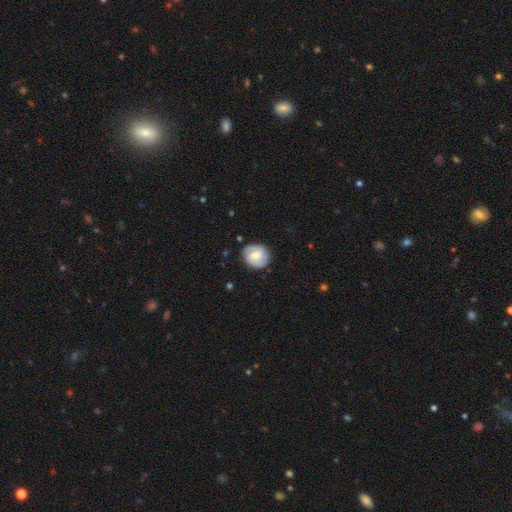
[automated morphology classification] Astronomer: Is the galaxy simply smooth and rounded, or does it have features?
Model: featured or disk — 62%.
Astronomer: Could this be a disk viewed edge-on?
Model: no — 97%.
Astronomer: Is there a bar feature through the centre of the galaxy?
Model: weak — 52% (runner-up: no, 33%).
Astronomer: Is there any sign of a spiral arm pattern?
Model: yes — 88%.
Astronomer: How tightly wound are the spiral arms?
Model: tight — 44% (runner-up: medium, 41%).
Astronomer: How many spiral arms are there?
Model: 2 — 81%.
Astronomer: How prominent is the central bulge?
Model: moderate — 60%.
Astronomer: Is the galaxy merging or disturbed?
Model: none — 81%.